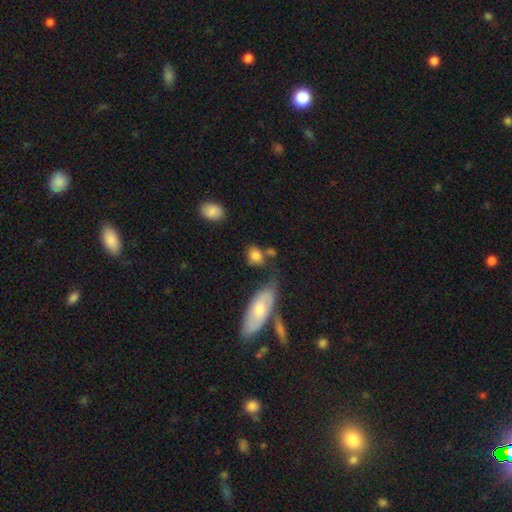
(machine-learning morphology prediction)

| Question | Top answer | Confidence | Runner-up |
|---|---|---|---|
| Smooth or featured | smooth | 81% | featured or disk (11%) |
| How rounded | in between | 62% | round (34%) |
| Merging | none | 54% | minor disturbance (20%) |